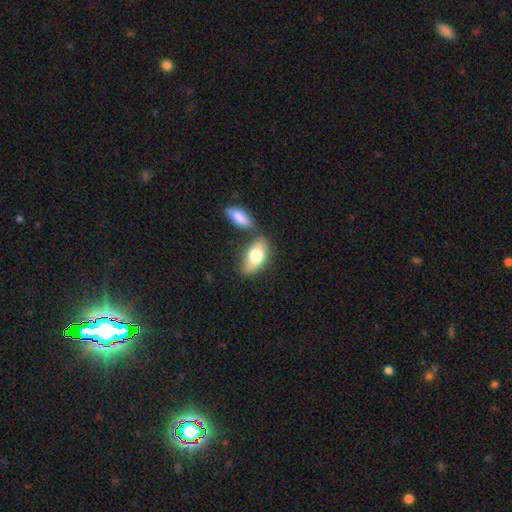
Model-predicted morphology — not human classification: The model was most divided on "merging": none: 61%, merger: 21%, minor disturbance: 14%, major disturbance: 4%. More confident: how rounded — in between (89%); smooth or featured — smooth (73%).